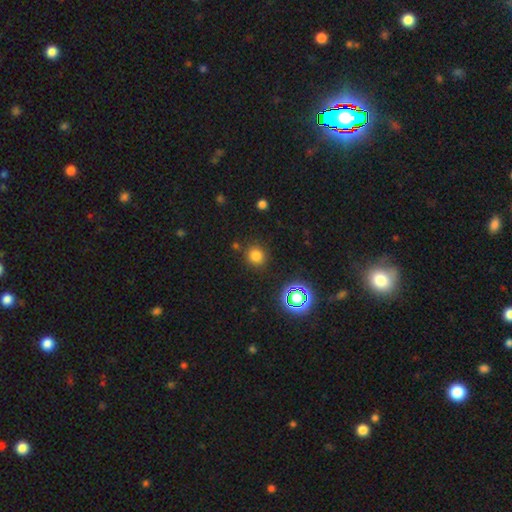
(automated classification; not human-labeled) smooth_or_featured: smooth (p=0.75) [alt: star or artifact p=0.19]
how_rounded: round (p=0.89) [alt: in between p=0.10]
merging: none (p=0.85) [alt: minor disturbance p=0.08]